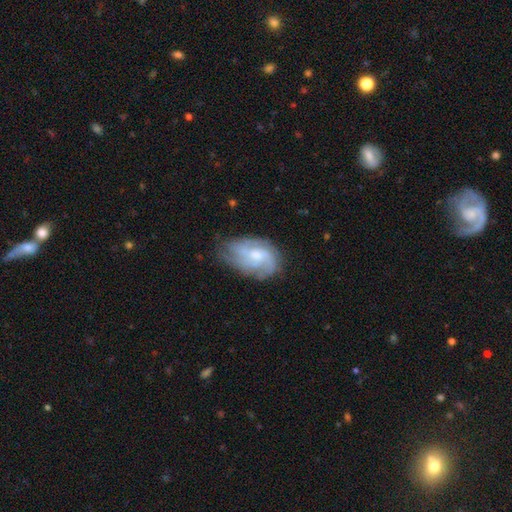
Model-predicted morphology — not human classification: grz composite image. It shows a featured or disk galaxy (72%) with no bar (58%), medium (42%) spiral arms (89%) and a small central bulge (49%). Merging: none (62%).